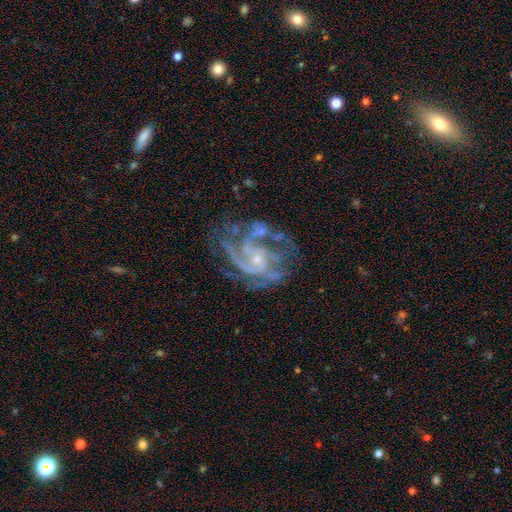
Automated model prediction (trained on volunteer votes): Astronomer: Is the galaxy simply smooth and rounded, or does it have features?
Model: featured or disk — 83%.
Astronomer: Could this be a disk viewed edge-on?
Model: no — 97%.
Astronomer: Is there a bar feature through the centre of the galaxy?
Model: no — 61%.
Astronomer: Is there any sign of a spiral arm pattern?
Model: yes — 92%.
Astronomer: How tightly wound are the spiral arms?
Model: tight — 50% (runner-up: medium, 39%).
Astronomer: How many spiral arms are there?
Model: can't tell — 27% (runner-up: 3, 26%).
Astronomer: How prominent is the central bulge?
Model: small — 74%.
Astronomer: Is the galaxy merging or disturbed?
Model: none — 55%.